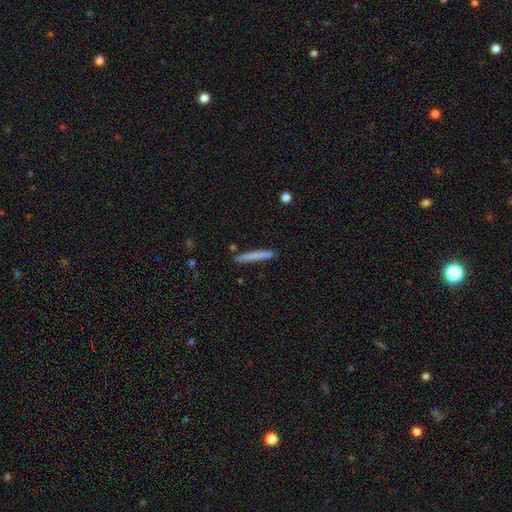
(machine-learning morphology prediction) Smooth or featured?
  - smooth: 75% *
  - featured or disk: 19%
  - star or artifact: 6%
How rounded?
  - cigar-shaped: 96% *
  - in between: 3%
  - round: 1%
Merging?
  - none: 89% *
  - minor disturbance: 8%
  - merger: 2%
  - major disturbance: 2%